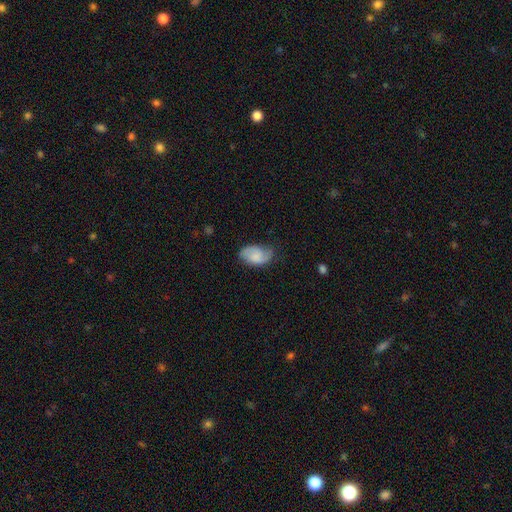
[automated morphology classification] Overall: smooth (61%; featured or disk 31%). How rounded: in between (92%). Merging: none (61%; minor disturbance 29%).